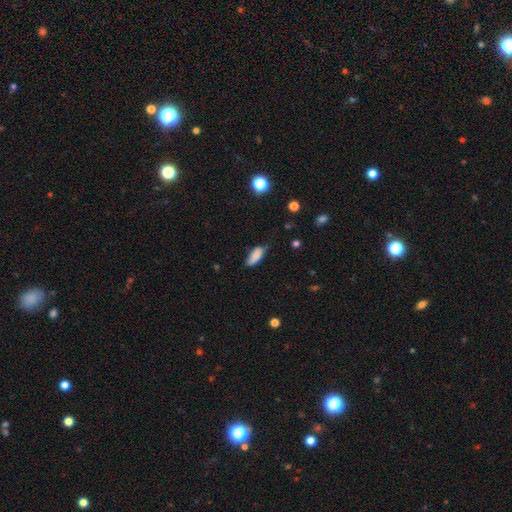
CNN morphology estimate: A smooth galaxy with no disk features (84%) that is in between round and cigar-shaped (80%).

Vote fractions:
- Smooth or featured? smooth: 84% / featured or disk: 9% / star or artifact: 8%
- How rounded? in between: 80% / cigar-shaped: 18% / round: 2%
- Merging? none: 59% / minor disturbance: 33% / major disturbance: 7% / merger: 2%